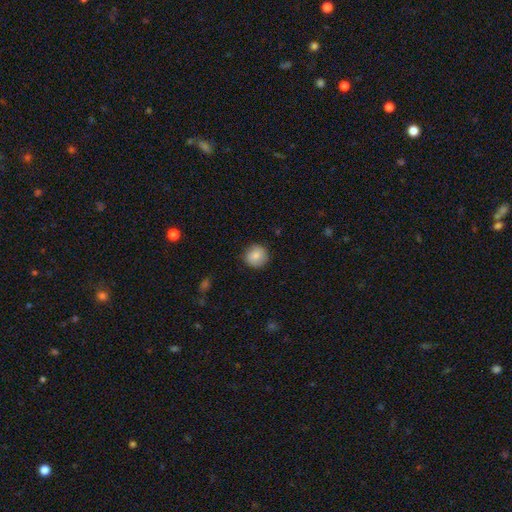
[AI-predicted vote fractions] smooth 84%, featured or disk 8%, star or artifact 8%. Down the decision tree: how rounded — round (93%); merging — none (87%).